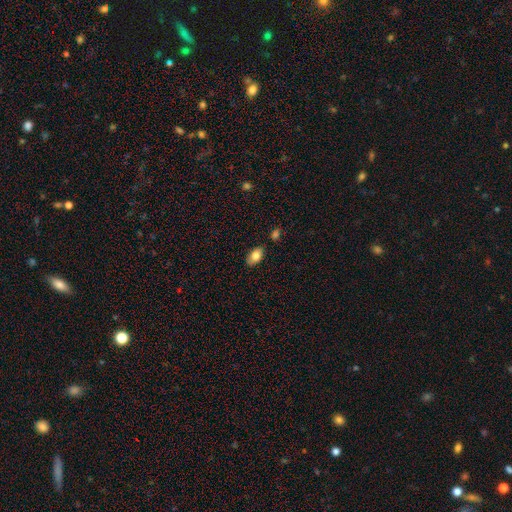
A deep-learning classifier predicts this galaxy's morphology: A smooth galaxy with no disk features (81%) that is in between round and cigar-shaped (92%).

Vote fractions:
- Smooth or featured? smooth: 81% / featured or disk: 12% / star or artifact: 7%
- How rounded? in between: 92% / round: 6% / cigar-shaped: 2%
- Merging? none: 82% / minor disturbance: 12% / merger: 3% / major disturbance: 2%